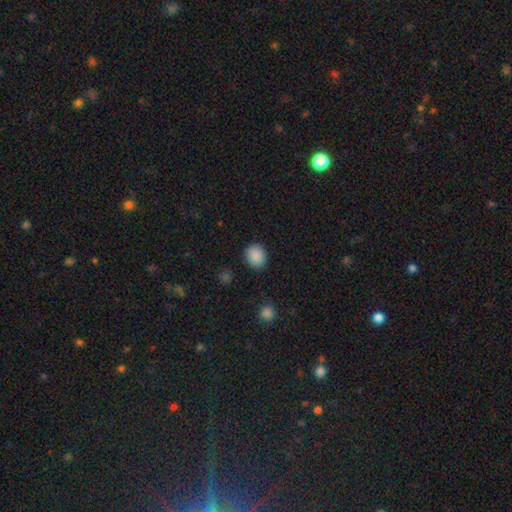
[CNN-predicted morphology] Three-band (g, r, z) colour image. It shows a smooth galaxy with no disk features (89%) that is round (59%). Merging: none (88%).